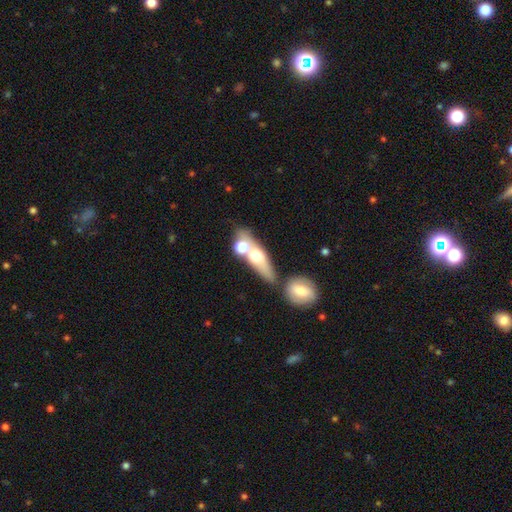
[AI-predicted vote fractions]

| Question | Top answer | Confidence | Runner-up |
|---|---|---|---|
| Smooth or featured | smooth | 52% | featured or disk (39%) |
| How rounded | cigar-shaped | 43% | in between (42%) |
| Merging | merger | 42% | none (41%) |